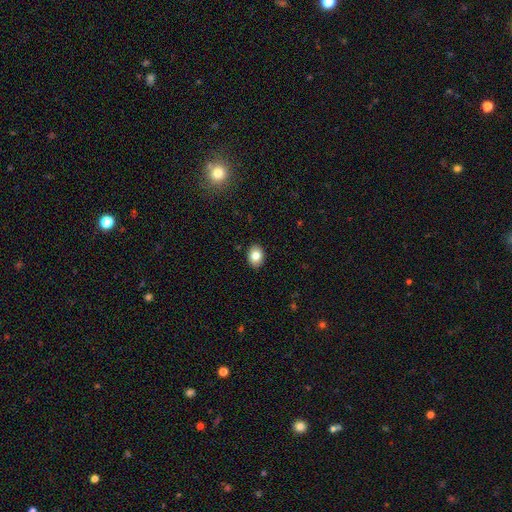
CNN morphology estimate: Smooth or featured? Predicted: smooth (p=0.82). How rounded? Predicted: in between (p=0.63). Merging? Predicted: none (p=0.90).